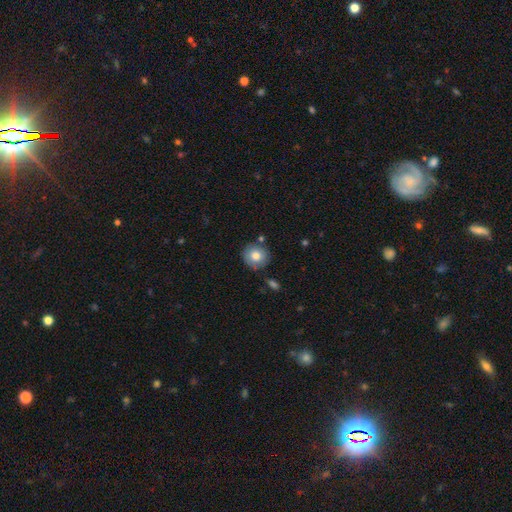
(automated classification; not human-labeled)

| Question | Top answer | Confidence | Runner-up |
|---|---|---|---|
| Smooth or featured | smooth | 78% | featured or disk (13%) |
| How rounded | round | 90% | in between (9%) |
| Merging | none | 81% | minor disturbance (12%) |